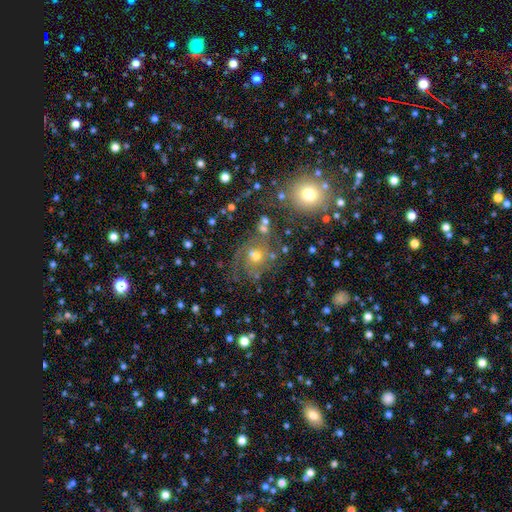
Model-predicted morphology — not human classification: type=featured or disk (50%); merging=none (57%).